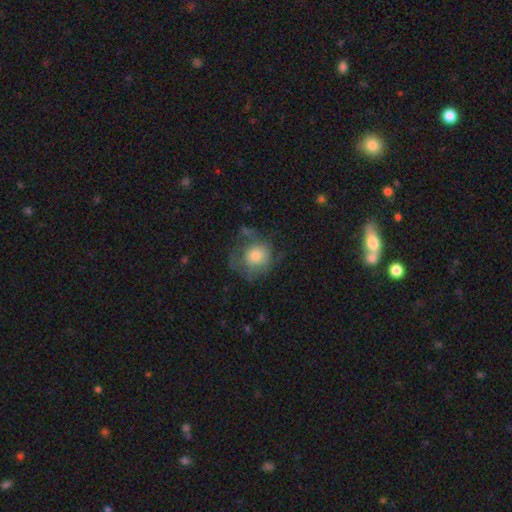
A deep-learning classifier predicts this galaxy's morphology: A smooth galaxy with no disk features (68%) that is round (83%). Merging: none (45%).